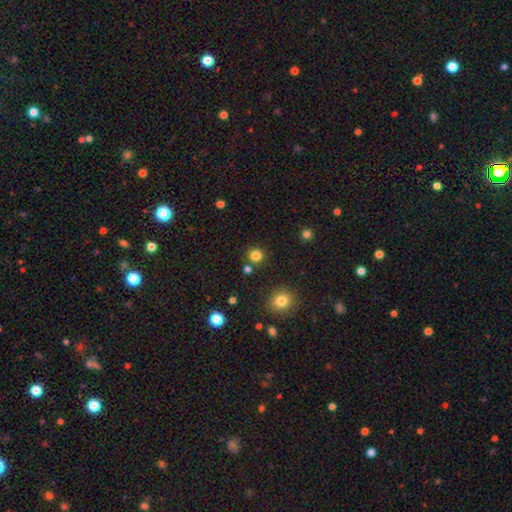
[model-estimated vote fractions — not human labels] Overall: smooth (81%). How rounded: round (93%). Merging: none (85%).